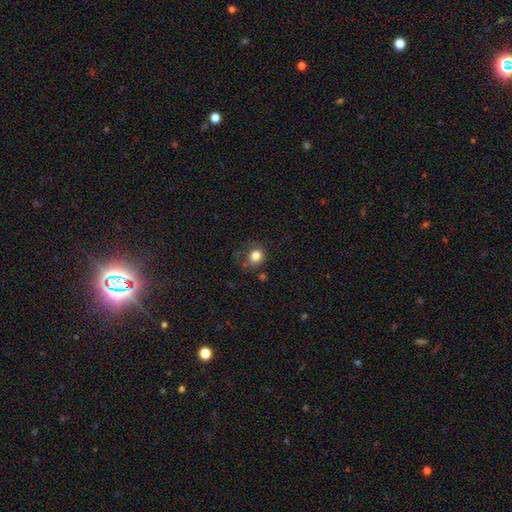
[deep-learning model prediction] A smooth galaxy with no disk features (81%) that is round (77%). Merging: none (67%).